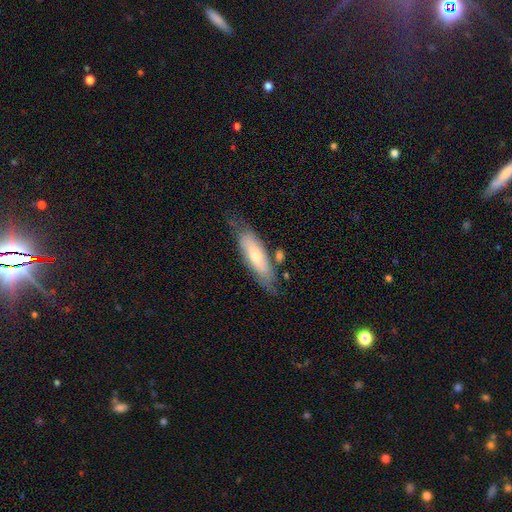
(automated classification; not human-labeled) Smooth or featured? smooth (56%)
How rounded? in between (49%, tied with cigar-shaped)
Merging? none (61%)